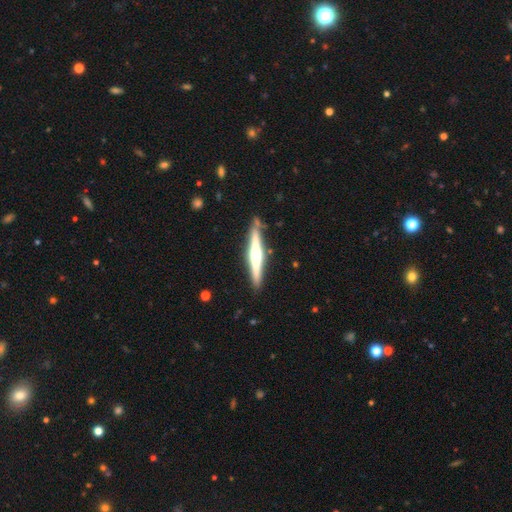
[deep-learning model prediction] Smooth or featured: featured or disk — 70% (smooth — 25%)
Edge-on disk: yes — 97% (no — 3%)
Edge-on bulge: rounded — 81% (boxy — 10%)
Merging: none — 85% (minor disturbance — 11%)